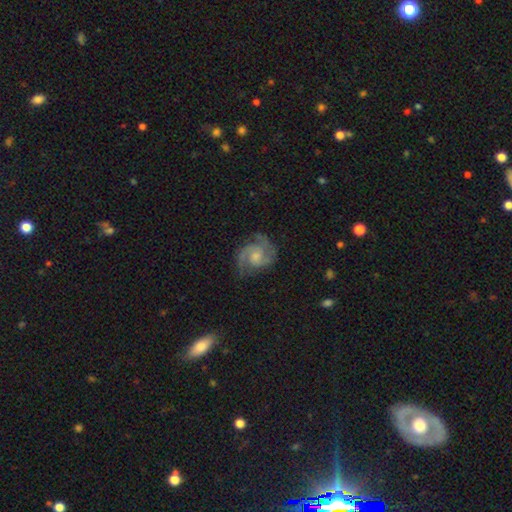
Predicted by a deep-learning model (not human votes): featured or disk 85%, smooth 9%, star or artifact 5%. Down the decision tree: edge-on disk — no (98%); bar — no (58%); spiral arms — yes (97%); spiral arm count — 2 (62%); spiral winding — medium (54%); bulge size — moderate (41%); merging — none (71%).